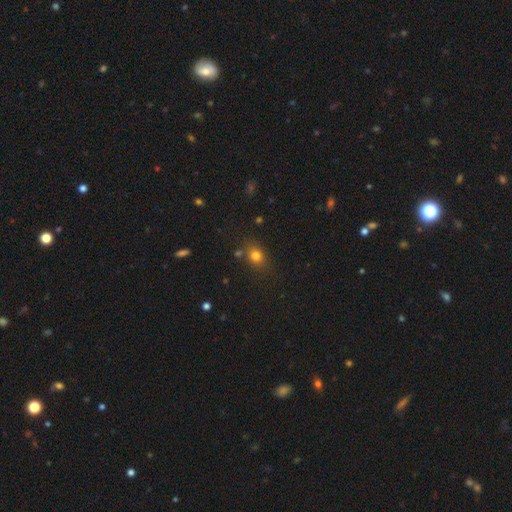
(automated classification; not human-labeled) Q: Smooth or featured?
A: smooth (77%); runner-up: star or artifact (15%)
Q: How rounded?
A: round (51%); runner-up: in between (47%)
Q: Merging?
A: none (76%); runner-up: minor disturbance (14%)